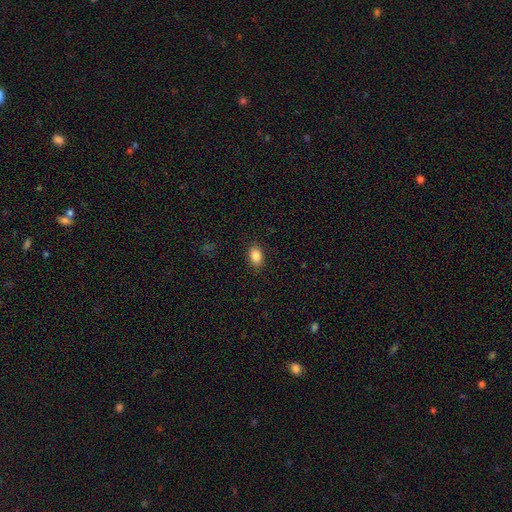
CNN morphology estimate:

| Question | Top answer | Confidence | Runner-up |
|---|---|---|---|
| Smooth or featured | smooth | 87% | star or artifact (9%) |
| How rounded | in between | 79% | round (20%) |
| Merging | none | 88% | minor disturbance (9%) |